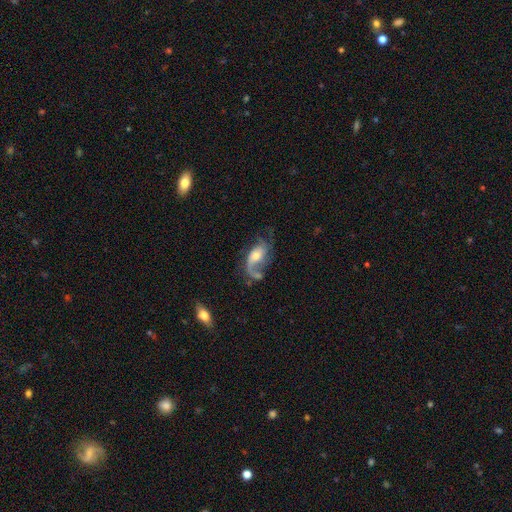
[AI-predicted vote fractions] Smooth or featured? Predicted: featured or disk (p=0.80). Edge-on disk? Predicted: no (p=0.95). Bar? Predicted: no (p=0.57). Spiral arms? Predicted: yes (p=0.92). Spiral winding? Predicted: loose (p=0.54). Spiral arm count? Predicted: 2 (p=0.50). Bulge size? Predicted: moderate (p=0.59). Merging? Predicted: none (p=0.46).